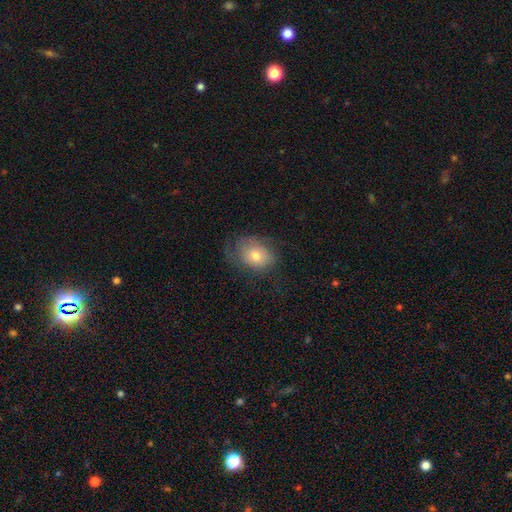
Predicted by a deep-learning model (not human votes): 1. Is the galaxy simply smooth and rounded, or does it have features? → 56% smooth, 35% featured or disk, 10% star or artifact.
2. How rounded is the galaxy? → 65% in between, 33% round, 1% cigar-shaped.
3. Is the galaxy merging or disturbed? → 55% none, 25% minor disturbance, 19% major disturbance, 1% merger.